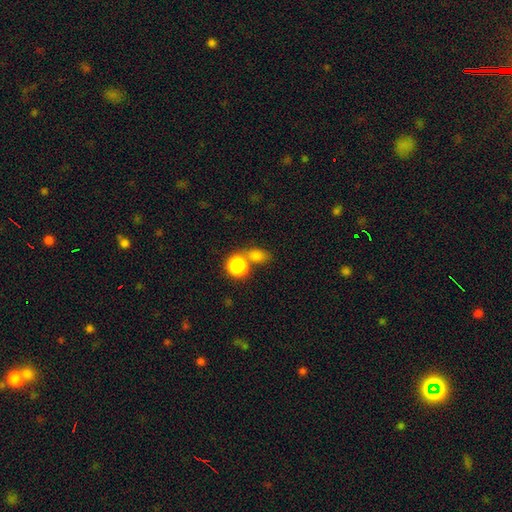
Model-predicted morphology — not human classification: Smooth or featured? Predicted: smooth (p=0.80). How rounded? Predicted: in between (p=0.52). Merging? Predicted: merger (p=0.46).